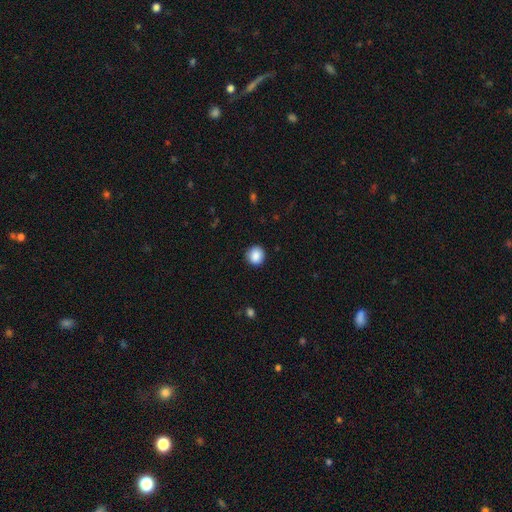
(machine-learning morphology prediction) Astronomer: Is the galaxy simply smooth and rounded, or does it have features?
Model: smooth — 89%.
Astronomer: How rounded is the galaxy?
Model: round — 90%.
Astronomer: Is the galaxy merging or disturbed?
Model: none — 90%.